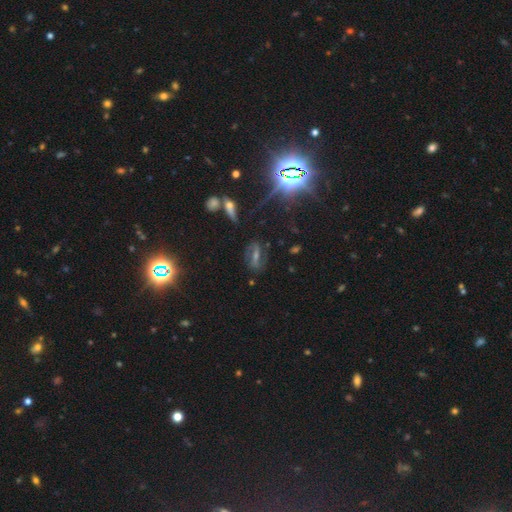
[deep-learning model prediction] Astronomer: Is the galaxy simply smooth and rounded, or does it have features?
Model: featured or disk — 42% (runner-up: star or artifact, 40%).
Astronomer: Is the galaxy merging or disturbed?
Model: none — 73%.